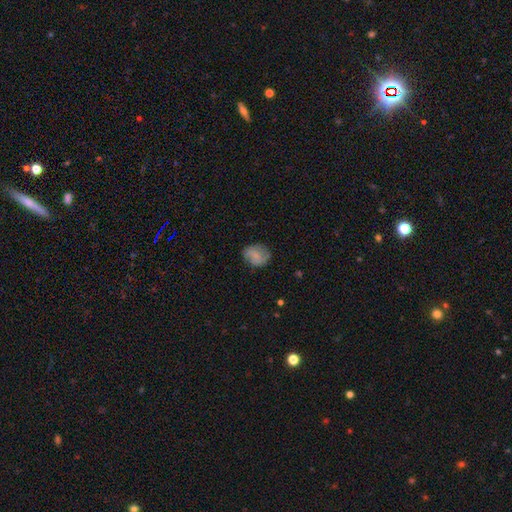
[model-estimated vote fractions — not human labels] Smooth or featured? smooth (63%)
How rounded? round (63%)
Merging? none (71%)